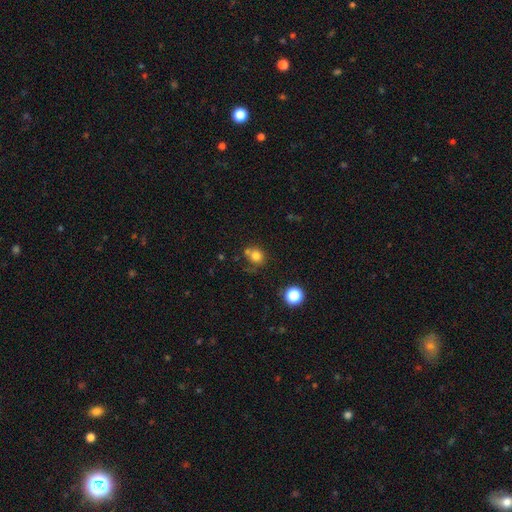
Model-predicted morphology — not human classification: smooth-or-featured: smooth: 78% | star or artifact: 14% | featured or disk: 8%
  how-rounded: round: 81% | in between: 18% | cigar-shaped: 1%
  merging: none: 61% | merger: 19% | minor disturbance: 14% | major disturbance: 6%